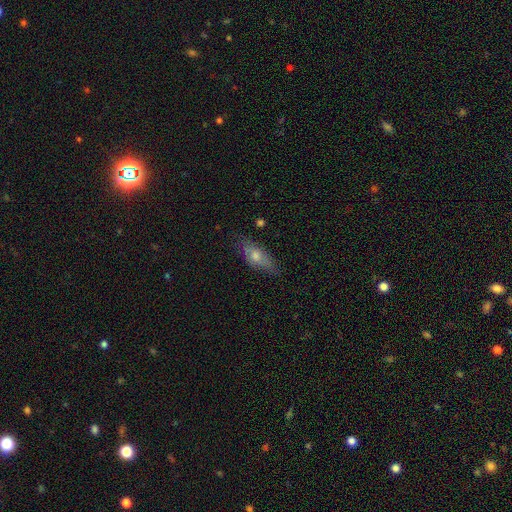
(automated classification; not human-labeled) The model was most divided on "smooth or featured": smooth: 50%, featured or disk: 40%, star or artifact: 9%. More confident: merging — none (73%); how rounded — in between (65%).